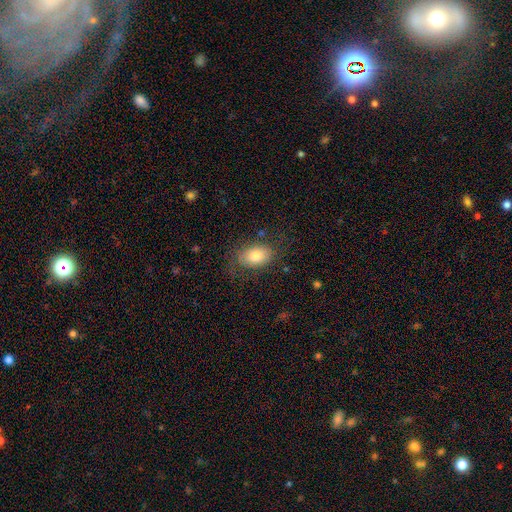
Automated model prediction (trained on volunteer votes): Overall: smooth (74%). How rounded: in between (83%). Merging: none (69%).